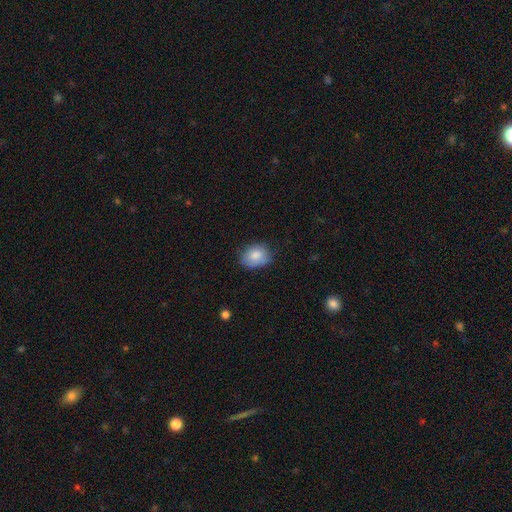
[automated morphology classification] A smooth galaxy with no disk features (82%) that is in between round and cigar-shaped (56%). Merging: none (63%).